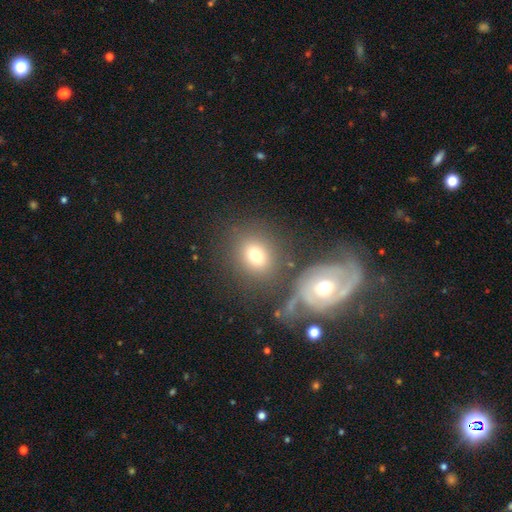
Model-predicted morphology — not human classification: Smooth or featured? smooth (73%)
How rounded? round (68%)
Merging? none (69%)